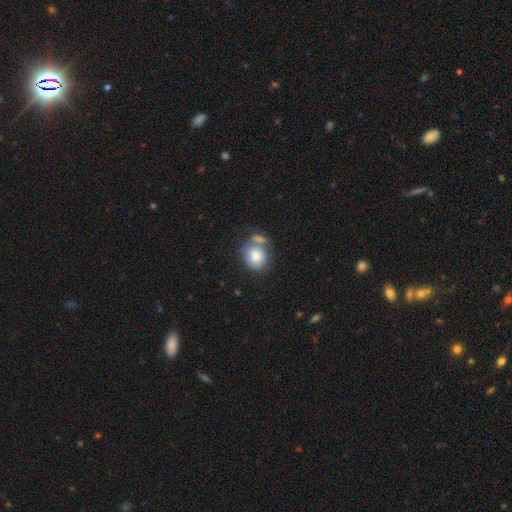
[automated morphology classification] smooth_or_featured: smooth (p=0.78) [alt: featured or disk p=0.15]
how_rounded: round (p=0.68) [alt: in between p=0.31]
merging: none (p=0.43) [alt: merger p=0.34]